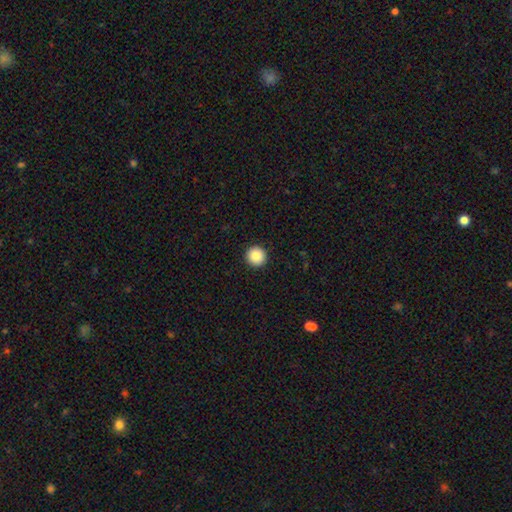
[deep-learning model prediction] The model was most divided on "smooth or featured": smooth: 87%, star or artifact: 9%, featured or disk: 5%. More confident: how rounded — round (96%); merging — none (93%).